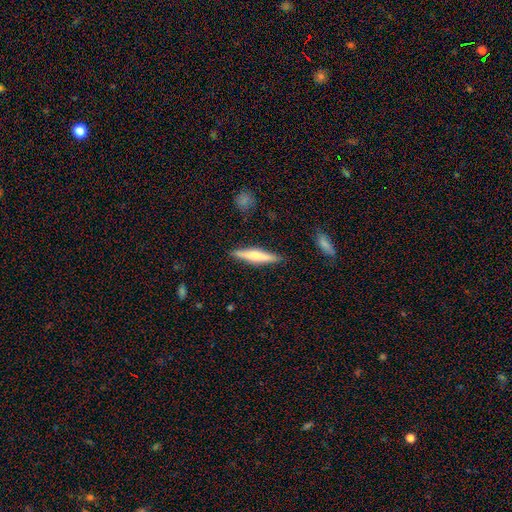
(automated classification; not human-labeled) This appears to be a smooth galaxy with no disk features (51%) that is cigar-shaped (89%). Merging: none (89%).